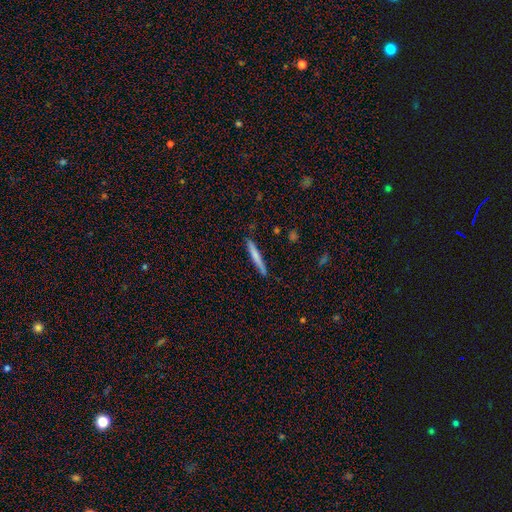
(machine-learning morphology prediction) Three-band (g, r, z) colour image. It shows a smooth galaxy with no disk features (69%) that is cigar-shaped (96%). Merging: none (87%).